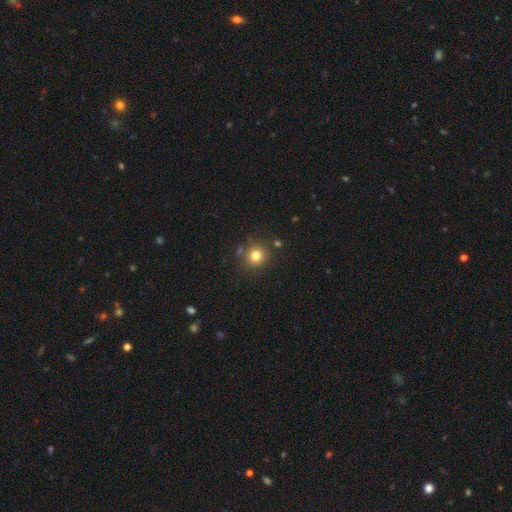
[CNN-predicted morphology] type=smooth (80%); roundness=round (89%); merging=none (81%).